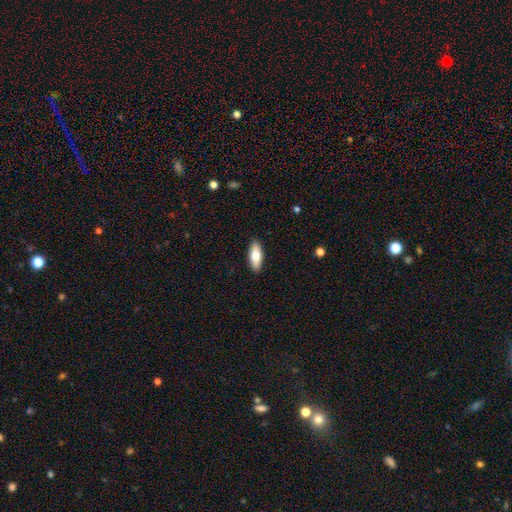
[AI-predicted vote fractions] Smooth or featured? Predicted: smooth (p=0.72). How rounded? Predicted: in between (p=0.74). Merging? Predicted: none (p=0.90).